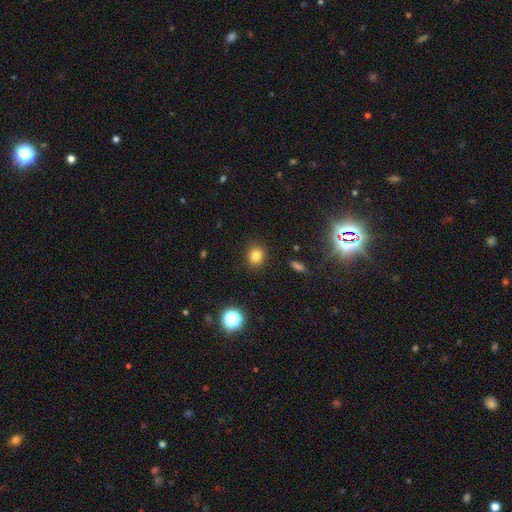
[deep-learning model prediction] Smooth or featured: smooth — 81% (star or artifact — 13%)
How rounded: round — 73% (in between — 25%)
Merging: none — 88% (minor disturbance — 8%)